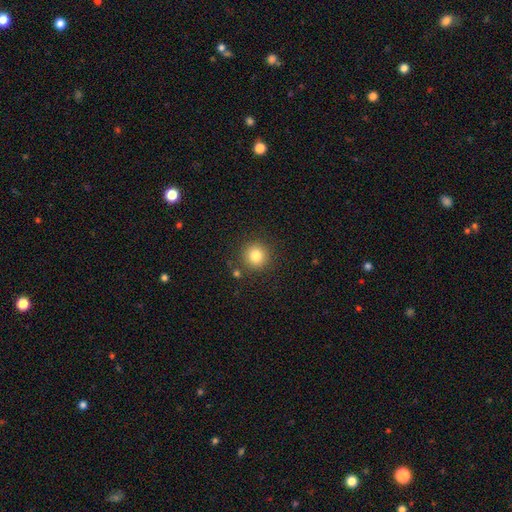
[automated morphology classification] A smooth galaxy with no disk features (82%) that is round (94%). Merging: none (87%).